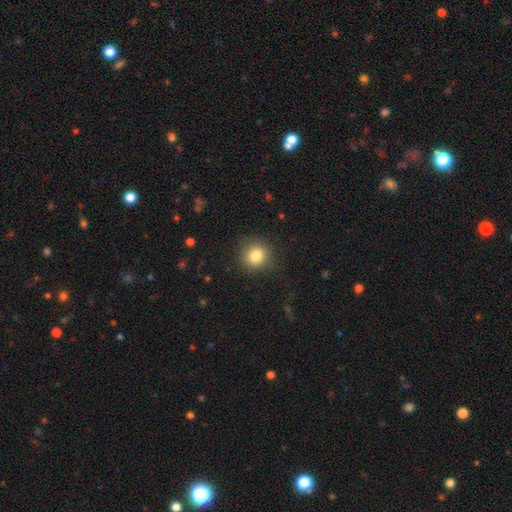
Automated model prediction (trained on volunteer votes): Overall: smooth (82%). How rounded: round (90%). Merging: none (86%).